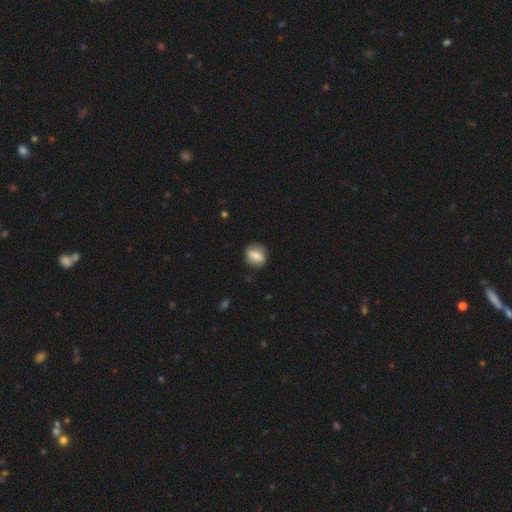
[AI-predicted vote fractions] Morphology: type=smooth (70%); roundness=round (56%); merging=none (82%).